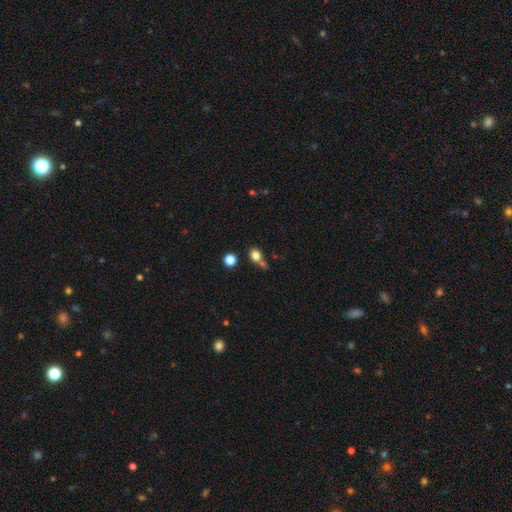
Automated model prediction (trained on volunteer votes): Smooth or featured? Predicted: smooth (p=0.79). How rounded? Predicted: round (p=0.58). Merging? Predicted: none (p=0.56).